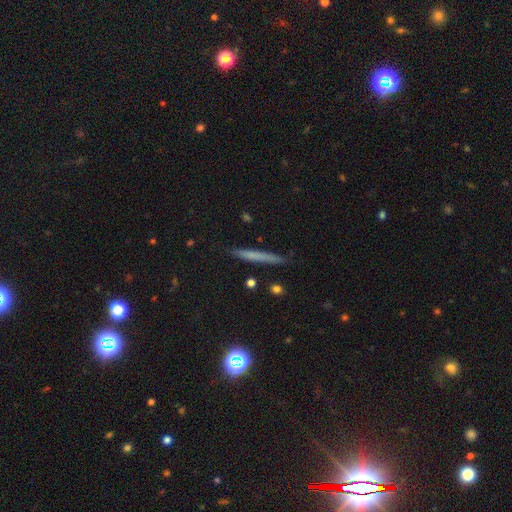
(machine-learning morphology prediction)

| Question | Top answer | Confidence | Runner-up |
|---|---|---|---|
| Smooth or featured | smooth | 59% | featured or disk (33%) |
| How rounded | cigar-shaped | 95% | in between (3%) |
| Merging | none | 86% | minor disturbance (11%) |